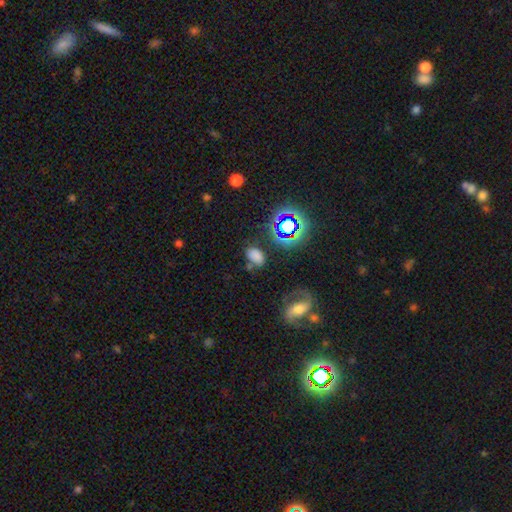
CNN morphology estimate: smooth-or-featured: smooth: 67% | star or artifact: 21% | featured or disk: 12%
  how-rounded: in between: 87% | round: 11% | cigar-shaped: 2%
  merging: none: 66% | minor disturbance: 17% | major disturbance: 9% | merger: 8%